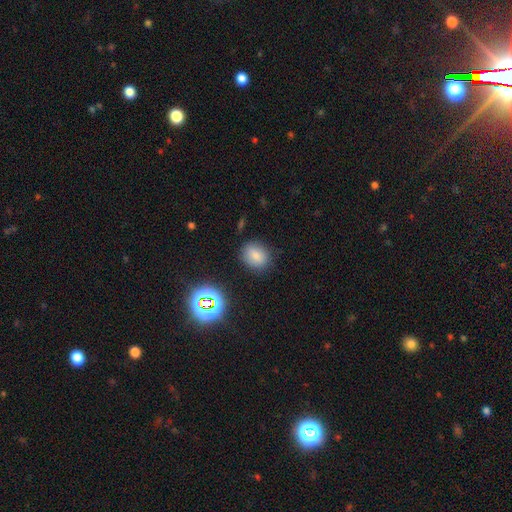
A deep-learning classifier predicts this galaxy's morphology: smooth_or_featured: smooth (p=0.79) [alt: star or artifact p=0.14]
how_rounded: round (p=0.57) [alt: in between p=0.42]
merging: none (p=0.84) [alt: minor disturbance p=0.11]